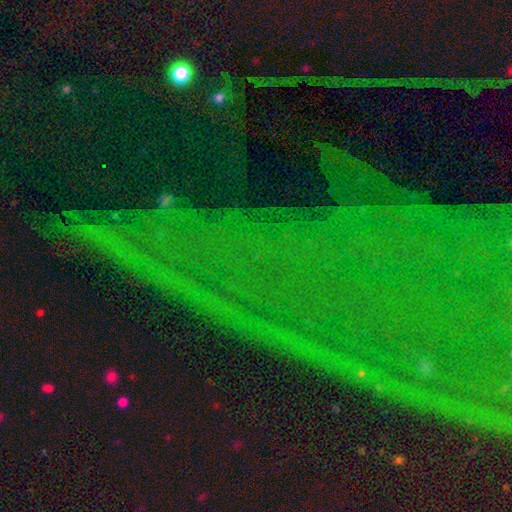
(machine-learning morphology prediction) Smooth or featured? Predicted: star or artifact (p=0.80).